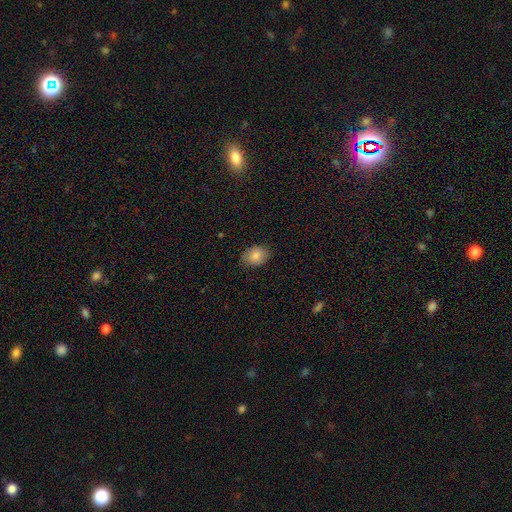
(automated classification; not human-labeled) Smooth or featured? Predicted: smooth (p=0.82). How rounded? Predicted: in between (p=0.70). Merging? Predicted: none (p=0.83).